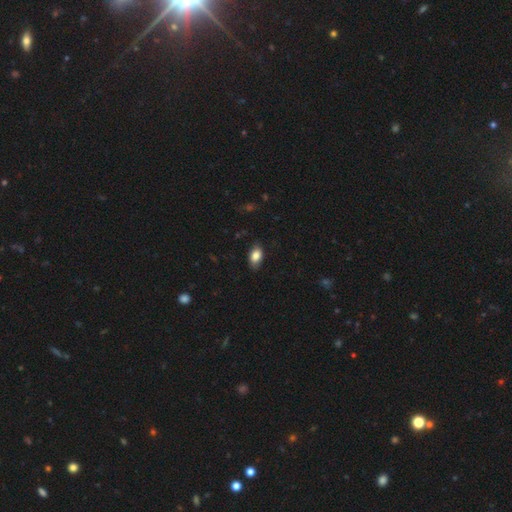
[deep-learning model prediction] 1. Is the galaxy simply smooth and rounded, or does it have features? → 84% smooth, 9% featured or disk, 7% star or artifact.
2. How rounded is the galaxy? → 90% in between, 8% round, 2% cigar-shaped.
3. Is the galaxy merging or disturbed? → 83% none, 14% minor disturbance, 3% major disturbance, 1% merger.